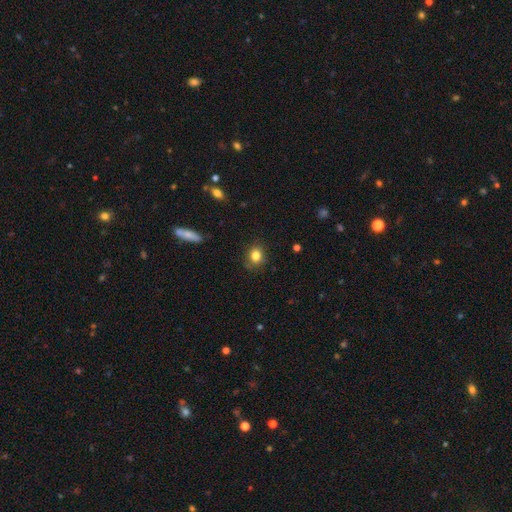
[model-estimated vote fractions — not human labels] smooth_or_featured: smooth (p=0.82) [alt: star or artifact p=0.10]
how_rounded: round (p=0.67) [alt: in between p=0.32]
merging: none (p=0.78) [alt: minor disturbance p=0.16]